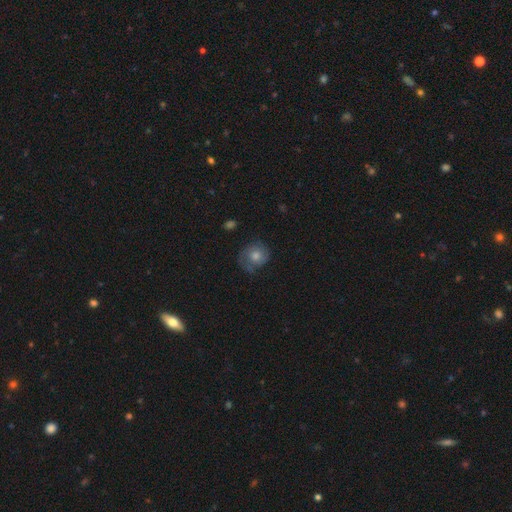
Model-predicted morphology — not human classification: Smooth or featured?
  - smooth: 46% *
  - featured or disk: 44%
  - star or artifact: 11%
Merging?
  - none: 65% *
  - minor disturbance: 22%
  - major disturbance: 11%
  - merger: 2%